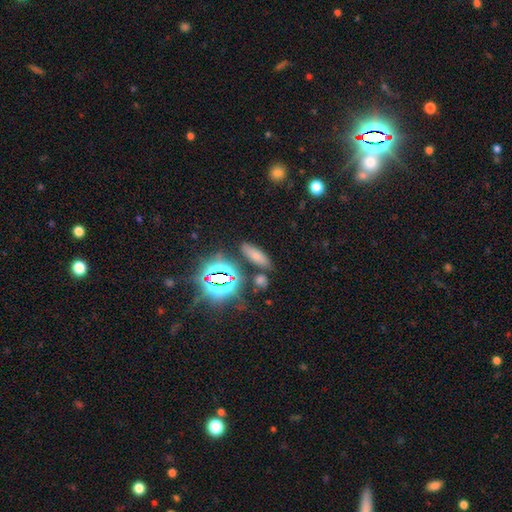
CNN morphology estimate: A smooth galaxy with no disk features (64%) that is in between round and cigar-shaped (56%). Merging: none (80%).